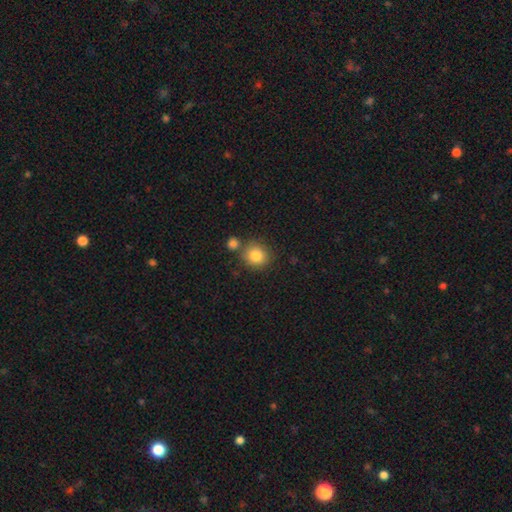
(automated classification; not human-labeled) This is clearly a smooth galaxy (83%). How rounded: clearly round (84%). Merging: likely none (72%).